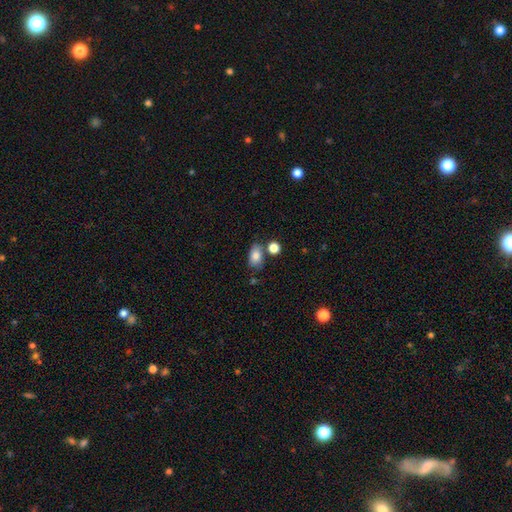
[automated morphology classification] Overall: smooth (83%). How rounded: in between (84%). Merging: none (64%).